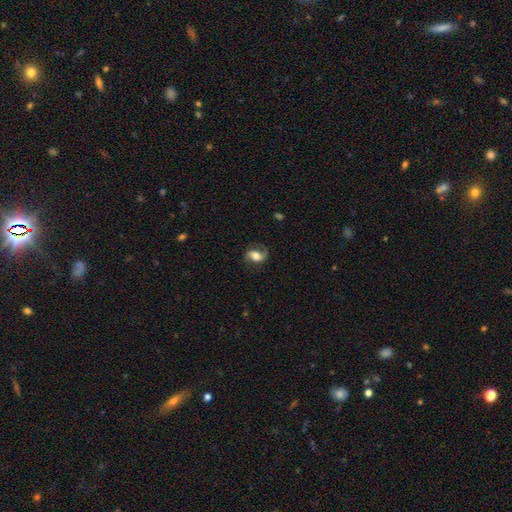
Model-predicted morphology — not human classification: Overall: featured or disk (67%). Edge-on disk: no (96%). Bar: no (46%; weak 34%). Spiral arms: yes (91%). Spiral arm count: 2 (89%). Spiral winding: loose (51%; medium 36%). Bulge size: moderate (51%; large 33%). Merging: none (75%).